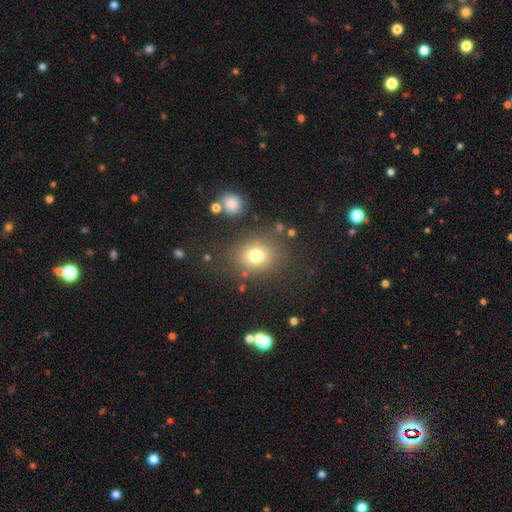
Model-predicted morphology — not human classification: A smooth galaxy with no disk features (76%) that is round (61%).

Vote fractions:
- Smooth or featured? smooth: 76% / star or artifact: 14% / featured or disk: 10%
- How rounded? round: 61% / in between: 37% / cigar-shaped: 1%
- Merging? none: 78% / minor disturbance: 11% / major disturbance: 6% / merger: 5%